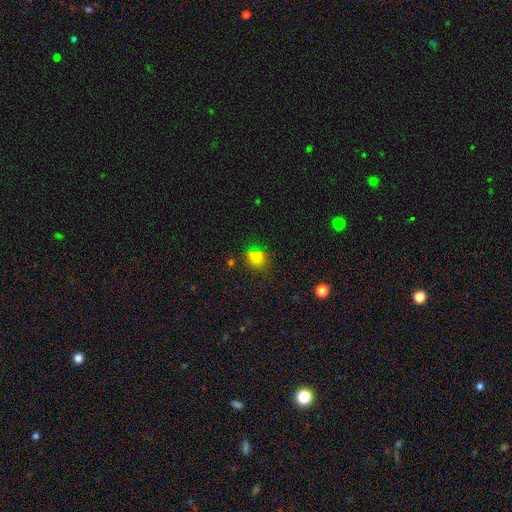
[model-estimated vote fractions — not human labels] Overall: smooth (78%). How rounded: round (75%). Merging: none (76%).